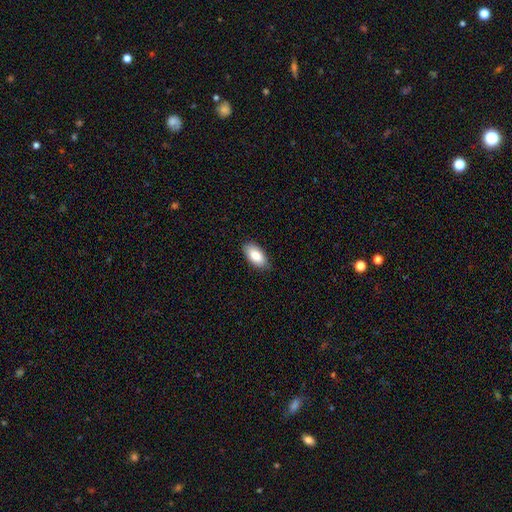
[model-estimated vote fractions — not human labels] Smooth or featured? Predicted: smooth (p=0.86). How rounded? Predicted: in between (p=0.93). Merging? Predicted: none (p=0.84).